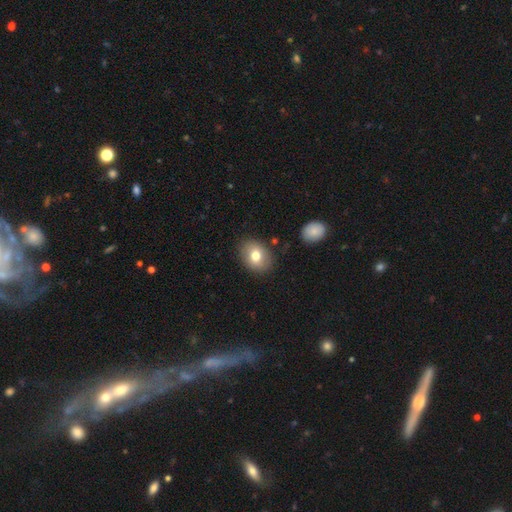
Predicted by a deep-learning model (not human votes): This is likely a smooth galaxy (76%). How rounded: likely in between (63%). Merging: clearly none (84%).